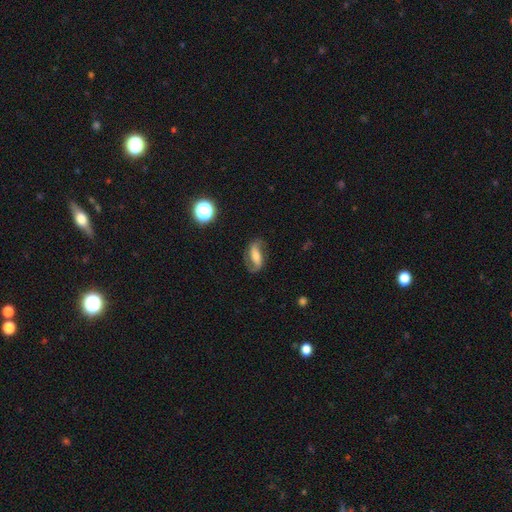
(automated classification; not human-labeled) Morphology: type=featured or disk (67%); edge-on=no (93%); bar=strong (43%); spiral arms=yes (91%); winding=loose (43%); arm count=2 (88%); bulge=moderate (46%); merging=none (74%).